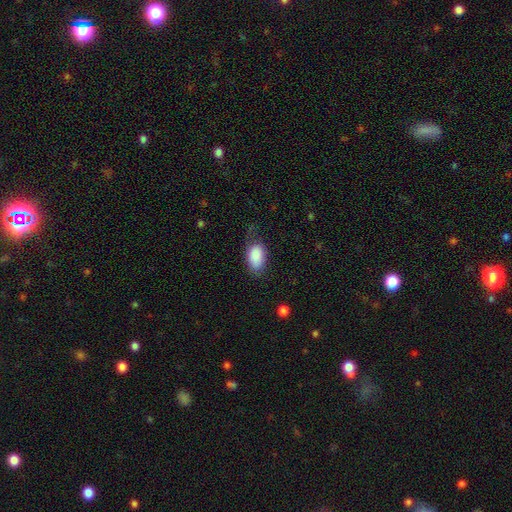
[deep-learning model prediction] Morphology: type=smooth (88%); roundness=in between (93%); merging=none (57%).